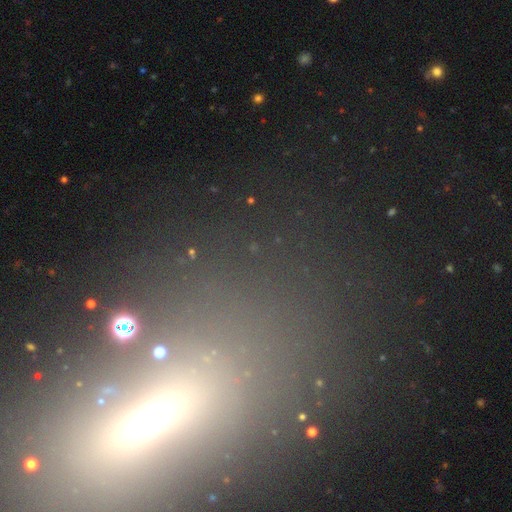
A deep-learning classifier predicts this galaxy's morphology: Q: Smooth or featured?
A: star or artifact (41%); runner-up: smooth (30%)